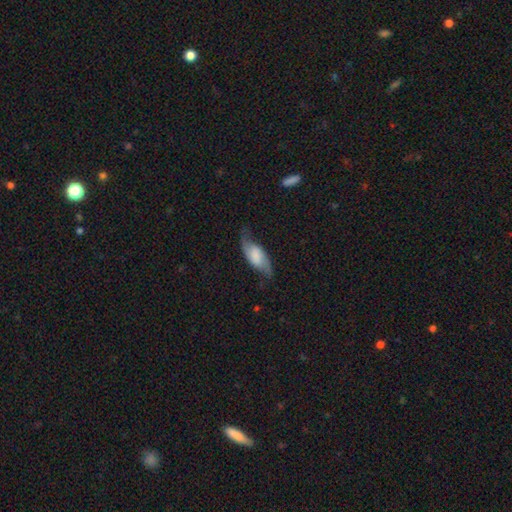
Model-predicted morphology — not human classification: This appears to be a featured or disk galaxy (57%). Merging: none (66%).